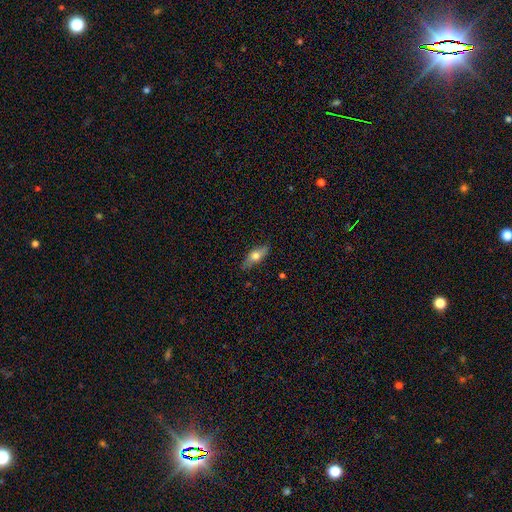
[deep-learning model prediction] A smooth galaxy with no disk features (62%) that is in between round and cigar-shaped (63%). Merging: none (83%).